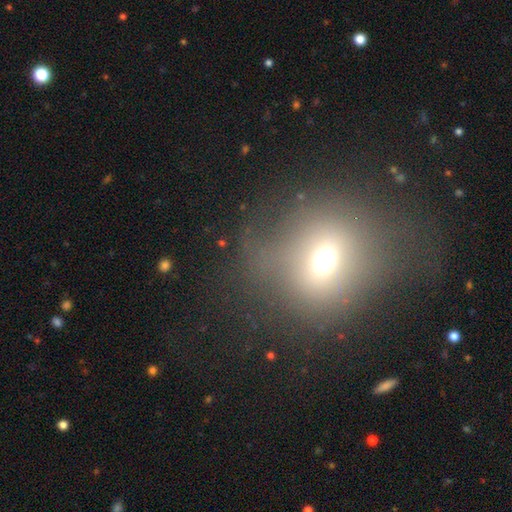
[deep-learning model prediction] Smooth or featured?
  - smooth: 54% *
  - star or artifact: 27%
  - featured or disk: 19%
How rounded?
  - round: 76% *
  - in between: 22%
  - cigar-shaped: 2%
Merging?
  - none: 62% *
  - minor disturbance: 19%
  - major disturbance: 15%
  - merger: 4%